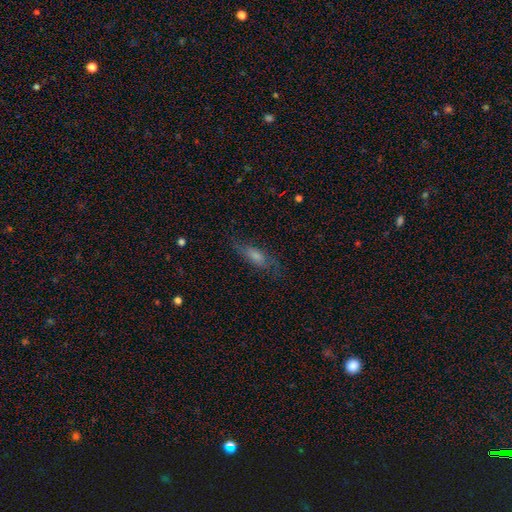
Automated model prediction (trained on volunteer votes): Smooth or featured? featured or disk (47%)
Merging? none (70%)